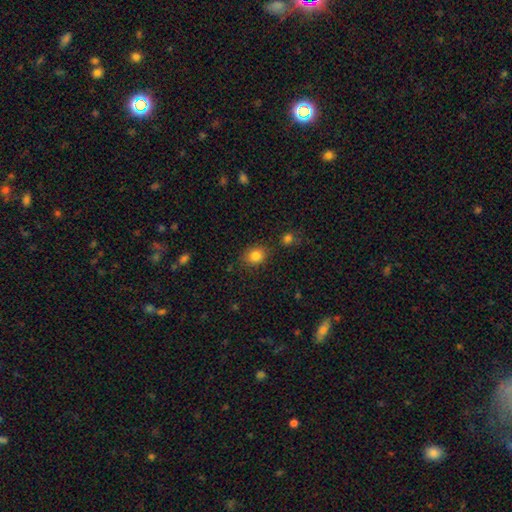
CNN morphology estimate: smooth-or-featured: smooth: 83% | star or artifact: 11% | featured or disk: 6%
  how-rounded: round: 58% | in between: 41% | cigar-shaped: 1%
  merging: none: 80% | minor disturbance: 12% | merger: 5% | major disturbance: 3%